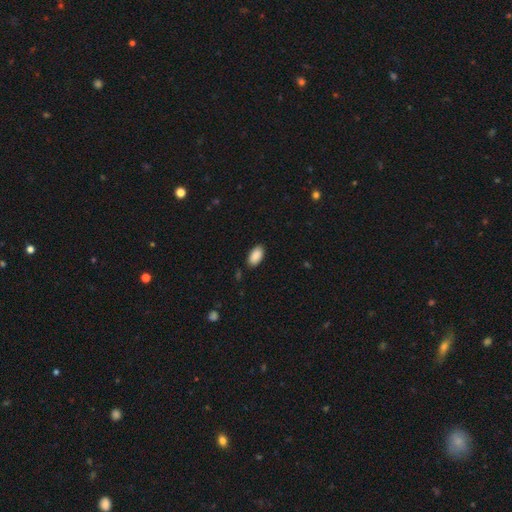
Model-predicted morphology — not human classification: smooth_or_featured: smooth (p=0.90) [alt: star or artifact p=0.07]
how_rounded: in between (p=0.95) [alt: round p=0.03]
merging: none (p=0.87) [alt: minor disturbance p=0.10]